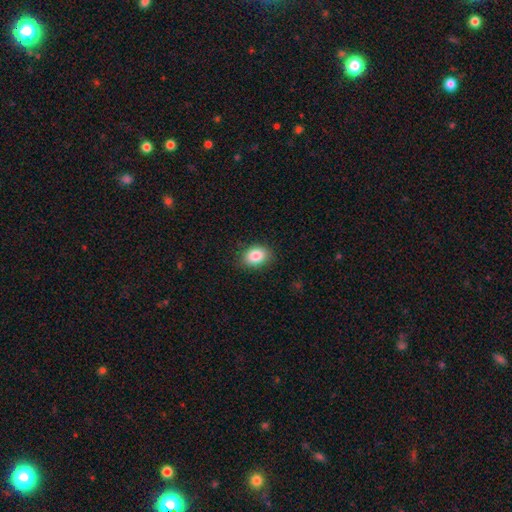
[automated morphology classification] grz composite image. It shows a smooth galaxy with no disk features (86%) that is in between round and cigar-shaped (73%). Merging: none (86%).